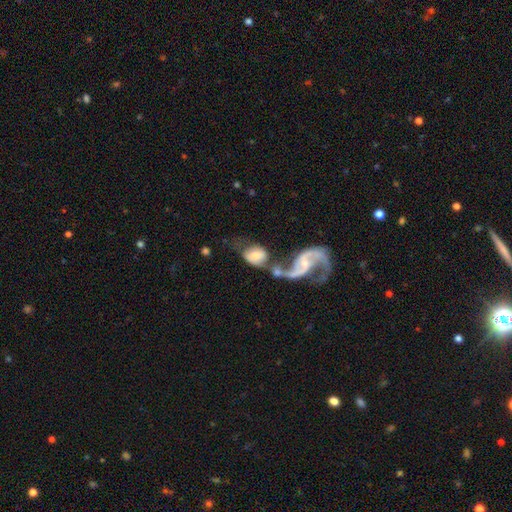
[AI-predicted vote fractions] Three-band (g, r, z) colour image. It shows a featured or disk galaxy (56%) with no bar (47%), spiral arms (77%) and a small central bulge (46%). Merging: merger (55%).